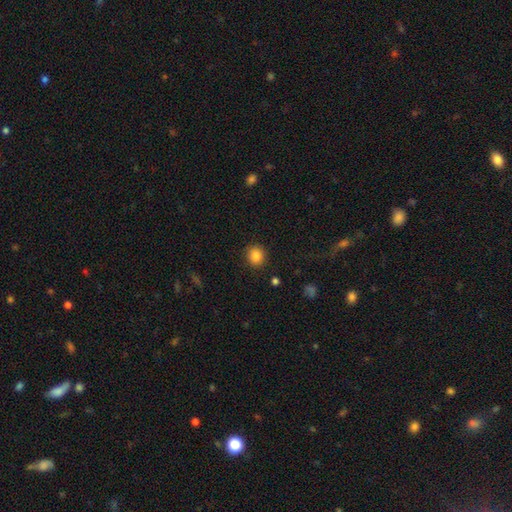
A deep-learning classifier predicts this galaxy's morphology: A smooth galaxy with no disk features (86%) that is round (85%).

Vote fractions:
- Smooth or featured? smooth: 86% / star or artifact: 10% / featured or disk: 4%
- How rounded? round: 85% / in between: 14% / cigar-shaped: 1%
- Merging? none: 90% / minor disturbance: 6% / major disturbance: 2% / merger: 1%